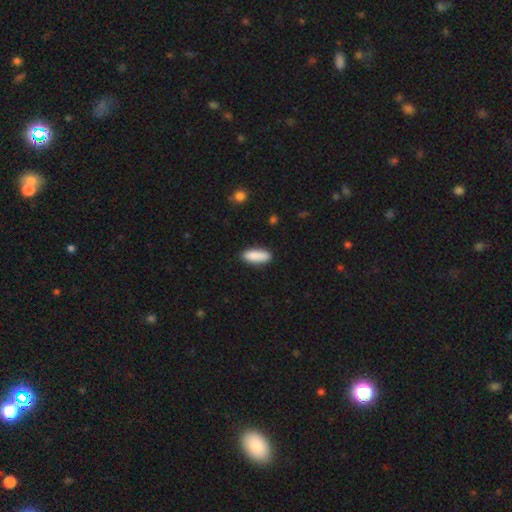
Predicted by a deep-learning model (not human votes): Overall: smooth (89%). How rounded: in between (62%; cigar-shaped 36%). Merging: none (86%).